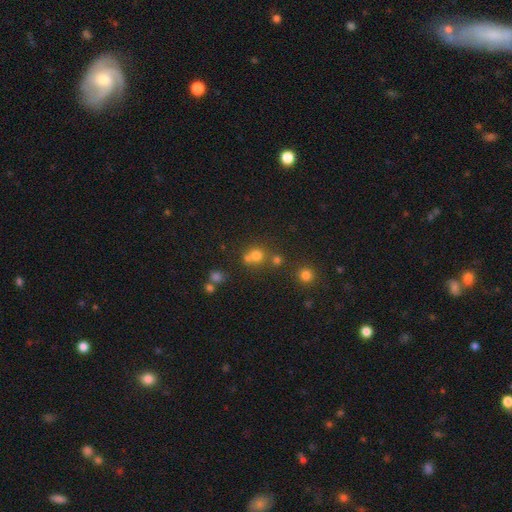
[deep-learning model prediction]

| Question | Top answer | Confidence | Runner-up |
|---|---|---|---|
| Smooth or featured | smooth | 67% | star or artifact (21%) |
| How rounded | round | 85% | in between (14%) |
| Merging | none | 52% | merger (37%) |